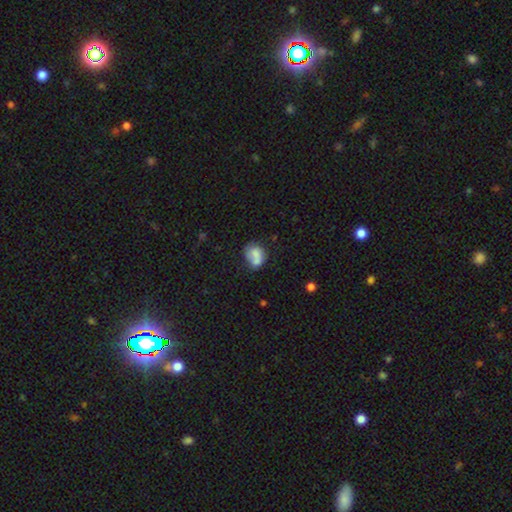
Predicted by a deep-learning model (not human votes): Smooth or featured? Predicted: smooth (p=0.68). How rounded? Predicted: round (p=0.50). Merging? Predicted: none (p=0.35, tied with merger).